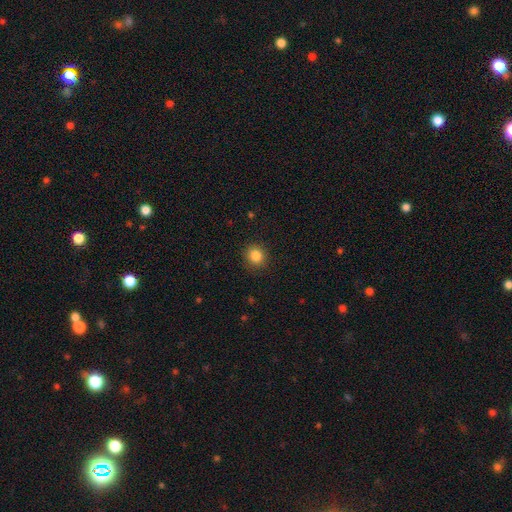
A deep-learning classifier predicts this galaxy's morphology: This appears to be a smooth galaxy with no disk features (85%) that is round (82%). Merging: none (90%).